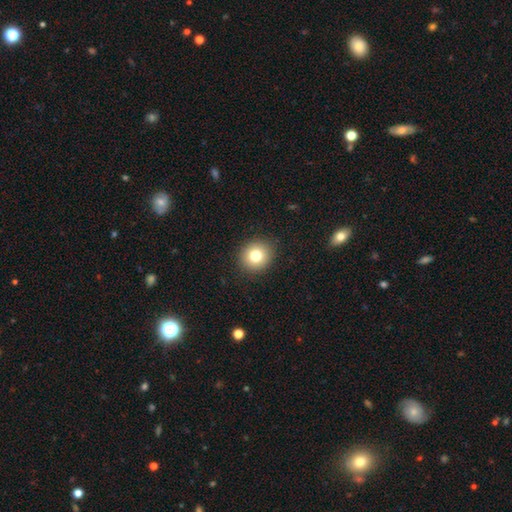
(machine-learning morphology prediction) type=smooth (78%); roundness=round (88%); merging=none (91%).